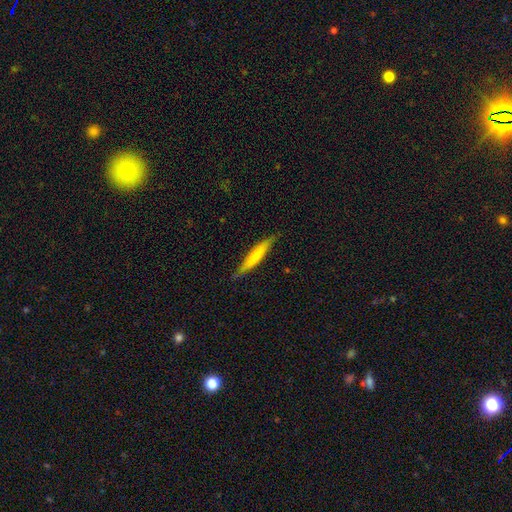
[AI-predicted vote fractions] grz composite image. It shows a smooth galaxy with no disk features (61%) that is cigar-shaped (94%). Merging: none (84%).